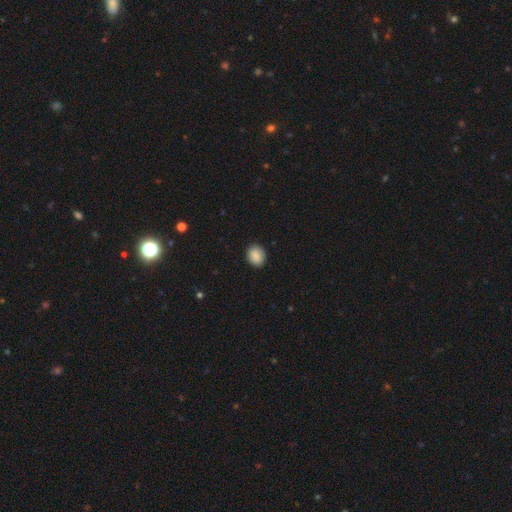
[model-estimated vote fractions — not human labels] smooth 89%, star or artifact 8%, featured or disk 4%. Down the decision tree: how rounded — round (59%); merging — none (89%).